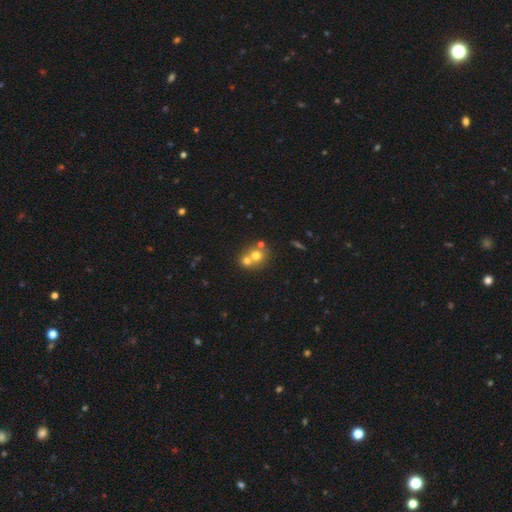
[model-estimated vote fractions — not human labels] smooth 66%, featured or disk 21%, star or artifact 13%. Down the decision tree: how rounded — round (80%); merging — merger (56%).